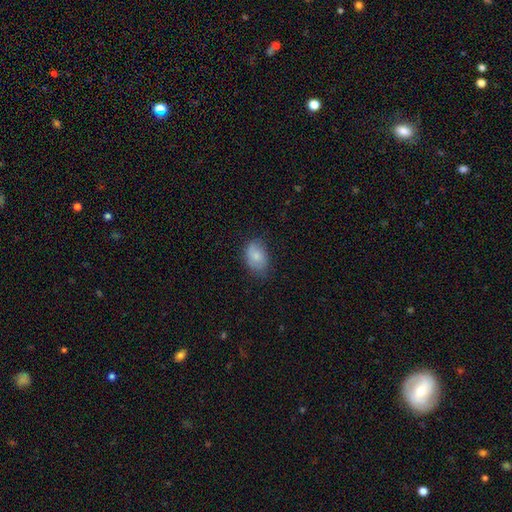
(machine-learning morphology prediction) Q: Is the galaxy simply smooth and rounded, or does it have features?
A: smooth — 79%.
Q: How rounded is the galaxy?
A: in between — 87%.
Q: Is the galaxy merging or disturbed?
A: none — 65%.